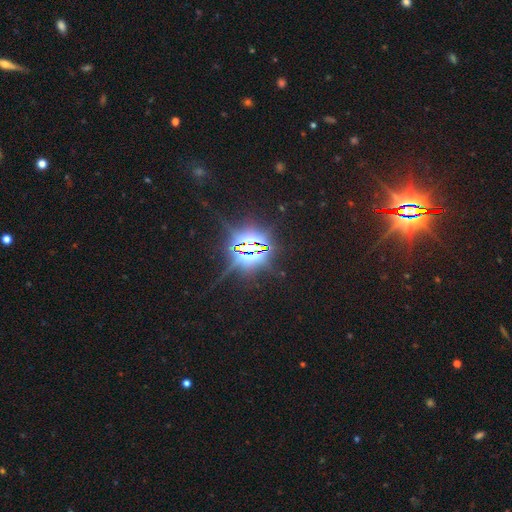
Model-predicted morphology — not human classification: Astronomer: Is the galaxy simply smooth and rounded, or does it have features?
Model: star or artifact — 86%.